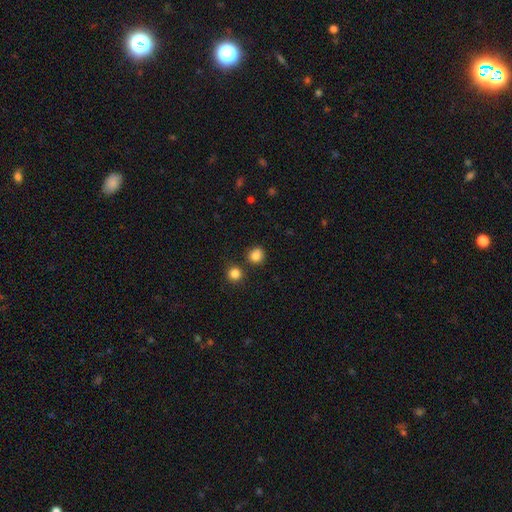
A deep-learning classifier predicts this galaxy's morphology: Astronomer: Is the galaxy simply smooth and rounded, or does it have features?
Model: smooth — 84%.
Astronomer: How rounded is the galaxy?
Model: round — 85%.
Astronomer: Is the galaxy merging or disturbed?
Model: none — 78%.